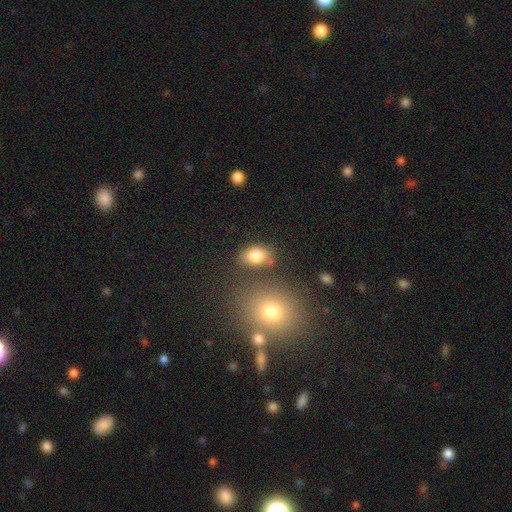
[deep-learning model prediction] smooth-or-featured: smooth: 81% | star or artifact: 10% | featured or disk: 9%
  how-rounded: in between: 79% | round: 19% | cigar-shaped: 2%
  merging: none: 72% | minor disturbance: 13% | merger: 11% | major disturbance: 4%